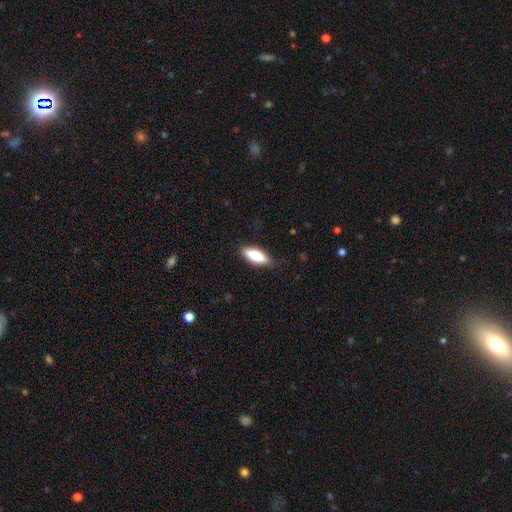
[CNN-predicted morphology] Q: Smooth or featured?
A: smooth (73%); runner-up: featured or disk (21%)
Q: How rounded?
A: in between (69%); runner-up: cigar-shaped (28%)
Q: Merging?
A: none (86%); runner-up: minor disturbance (11%)